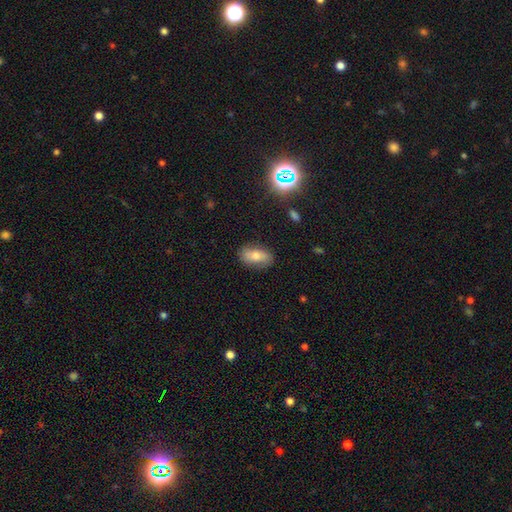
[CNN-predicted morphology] A smooth galaxy with no disk features (65%) that is in between round and cigar-shaped (87%).

Vote fractions:
- Smooth or featured? smooth: 65% / featured or disk: 25% / star or artifact: 10%
- How rounded? in between: 87% / cigar-shaped: 7% / round: 6%
- Merging? none: 83% / minor disturbance: 12% / major disturbance: 3% / merger: 1%